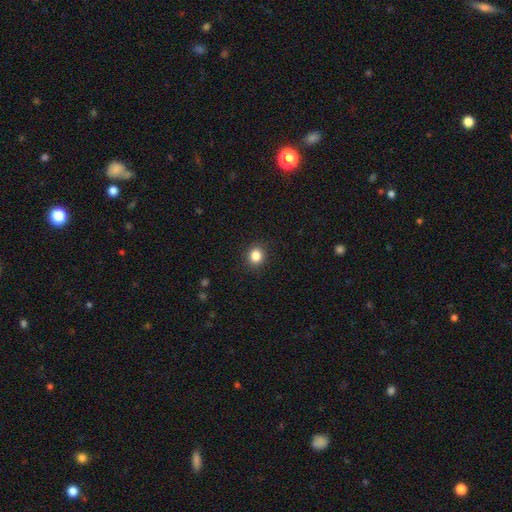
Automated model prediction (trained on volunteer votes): Smooth or featured?
  - smooth: 84% *
  - star or artifact: 11%
  - featured or disk: 4%
How rounded?
  - round: 79% *
  - in between: 20%
  - cigar-shaped: 1%
Merging?
  - none: 90% *
  - minor disturbance: 7%
  - major disturbance: 2%
  - merger: 1%